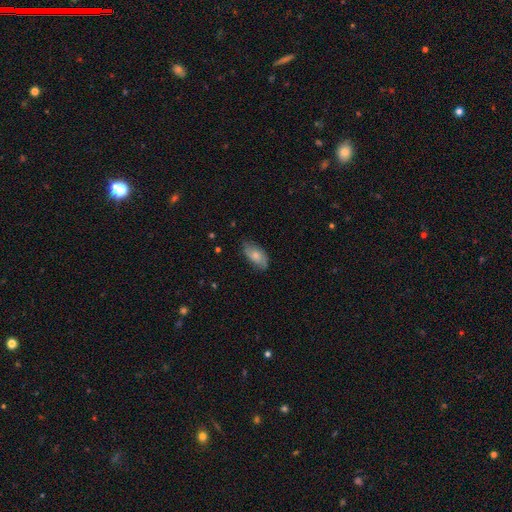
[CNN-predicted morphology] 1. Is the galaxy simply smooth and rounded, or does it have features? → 64% smooth, 29% featured or disk, 7% star or artifact.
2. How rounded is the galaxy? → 92% in between, 4% cigar-shaped, 4% round.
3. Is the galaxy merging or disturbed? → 70% none, 24% minor disturbance, 5% major disturbance, 1% merger.